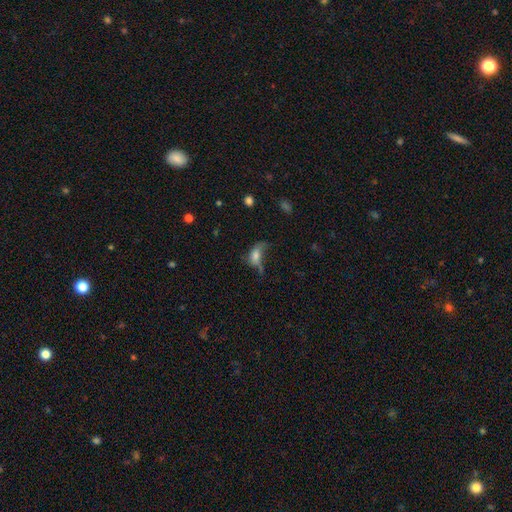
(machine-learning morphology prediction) This is possibly a smooth galaxy (56%). How rounded: clearly in between (83%). Merging: marginally major disturbance (45%).